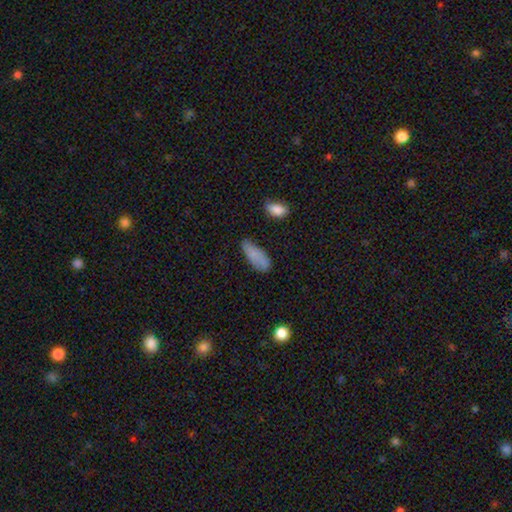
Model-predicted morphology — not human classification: This is clearly a smooth galaxy (83%). How rounded: likely in between (77%). Merging: likely none (62%).